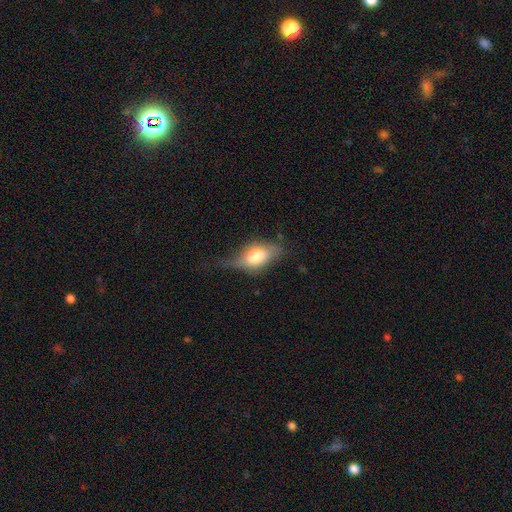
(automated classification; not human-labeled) The model was most divided on "merging": none: 41%, minor disturbance: 35%, major disturbance: 22%, merger: 2%. More confident: how rounded — in between (83%); smooth or featured — smooth (60%).